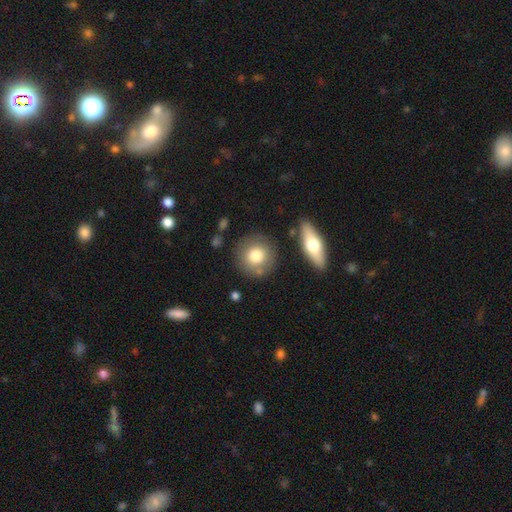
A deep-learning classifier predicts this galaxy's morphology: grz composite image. It shows a smooth galaxy with no disk features (76%) that is round (91%). Merging: none (79%).